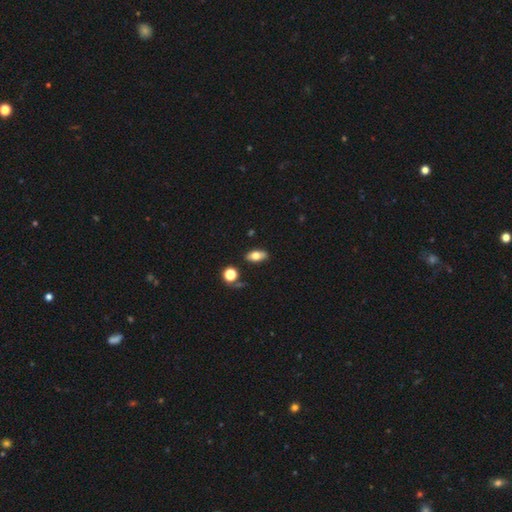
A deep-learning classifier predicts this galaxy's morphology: Smooth or featured: smooth — 71% (featured or disk — 21%)
How rounded: in between — 85% (cigar-shaped — 9%)
Merging: none — 84% (minor disturbance — 10%)